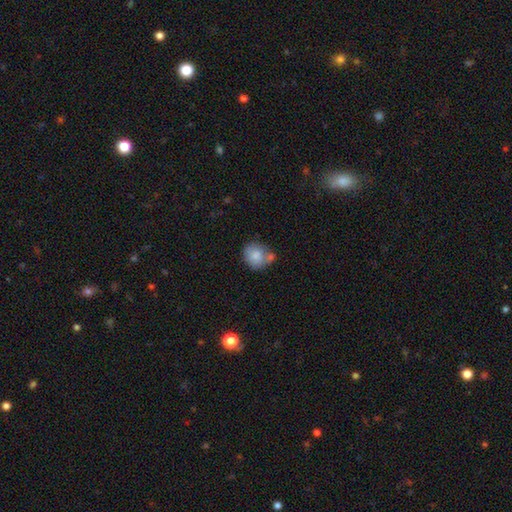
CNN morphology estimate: smooth-or-featured: smooth: 81% | featured or disk: 12% | star or artifact: 8%
  how-rounded: round: 74% | in between: 25% | cigar-shaped: 1%
  merging: none: 49% | merger: 25% | minor disturbance: 21% | major disturbance: 6%